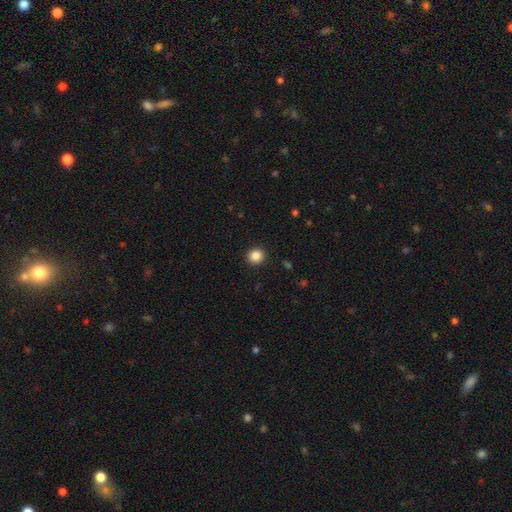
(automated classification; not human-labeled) A smooth galaxy with no disk features (86%) that is round (89%).

Vote fractions:
- Smooth or featured? smooth: 86% / star or artifact: 10% / featured or disk: 3%
- How rounded? round: 89% / in between: 10% / cigar-shaped: 1%
- Merging? none: 92% / minor disturbance: 5% / major disturbance: 2% / merger: 1%